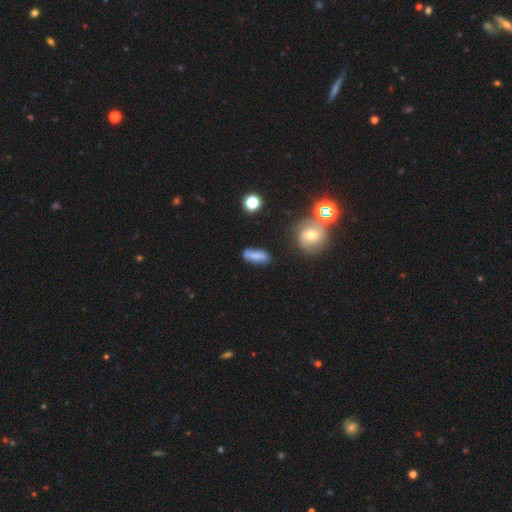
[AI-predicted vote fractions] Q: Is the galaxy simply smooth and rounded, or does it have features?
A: smooth — 61%.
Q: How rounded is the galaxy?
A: in between — 65%.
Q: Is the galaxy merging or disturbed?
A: none — 65%.